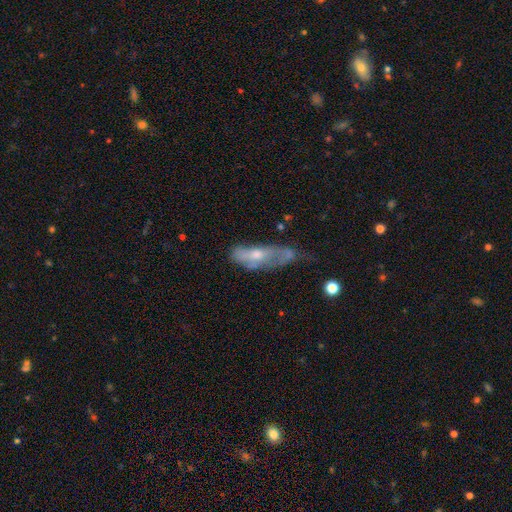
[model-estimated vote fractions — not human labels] This is possibly a featured or disk galaxy (52%). It is likely not viewed edge-on (72%). Merging: marginally major disturbance (33%).